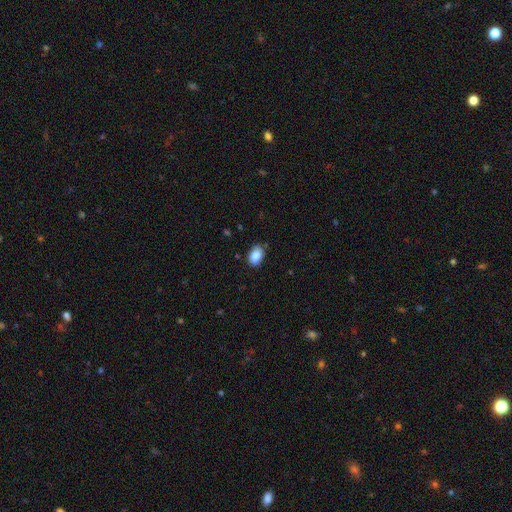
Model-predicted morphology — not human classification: Q: Smooth or featured?
A: smooth (87%); runner-up: star or artifact (8%)
Q: How rounded?
A: in between (83%); runner-up: round (16%)
Q: Merging?
A: none (82%); runner-up: minor disturbance (14%)